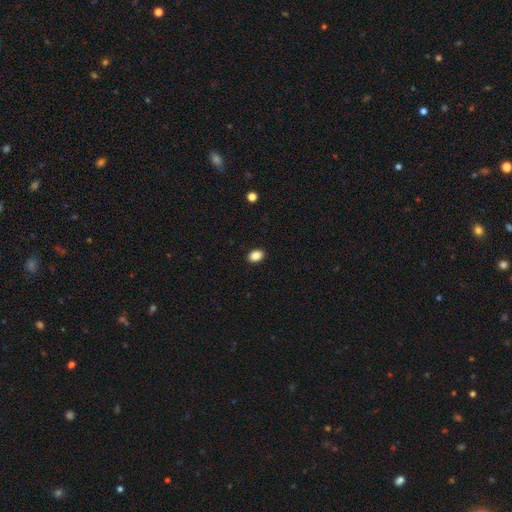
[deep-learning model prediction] Smooth or featured? Predicted: smooth (p=0.87). How rounded? Predicted: in between (p=0.80). Merging? Predicted: none (p=0.91).